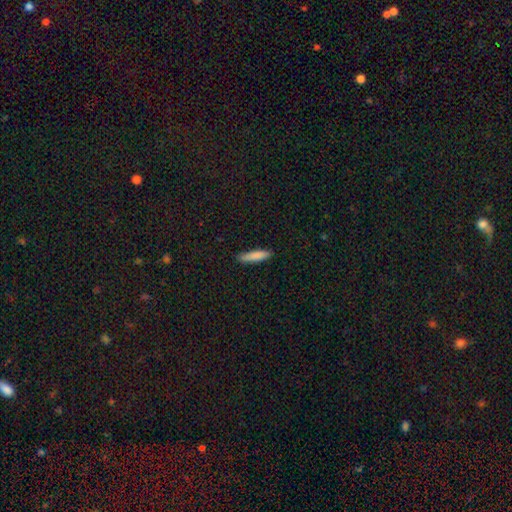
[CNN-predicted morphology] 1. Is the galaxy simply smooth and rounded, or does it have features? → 84% smooth, 10% featured or disk, 6% star or artifact.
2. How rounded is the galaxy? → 85% cigar-shaped, 14% in between, 1% round.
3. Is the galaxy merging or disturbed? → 87% none, 10% minor disturbance, 2% major disturbance, 1% merger.